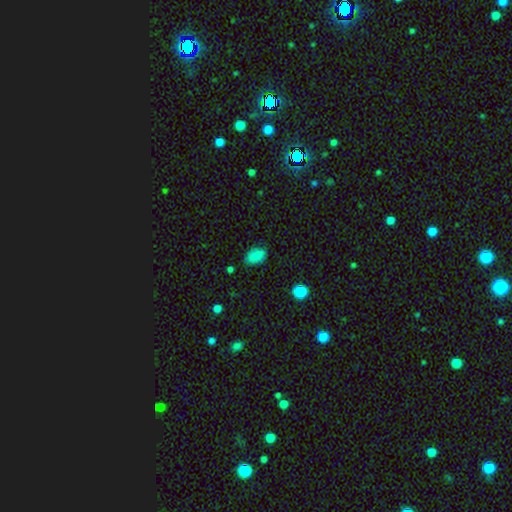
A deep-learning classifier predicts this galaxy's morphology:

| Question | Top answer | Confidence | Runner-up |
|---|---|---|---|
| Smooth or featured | smooth | 85% | star or artifact (10%) |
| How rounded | in between | 90% | round (8%) |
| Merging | none | 77% | minor disturbance (18%) |